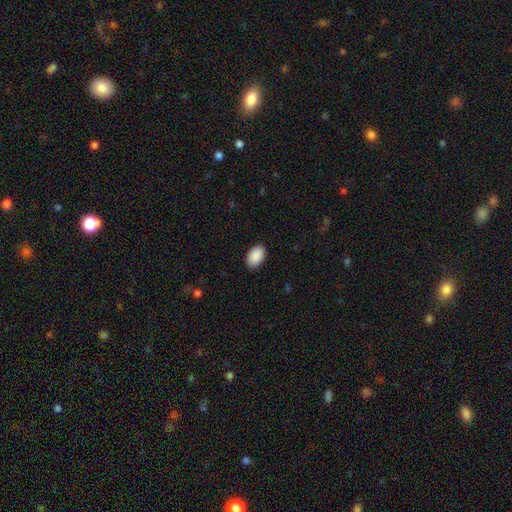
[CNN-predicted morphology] This is clearly a smooth galaxy (91%). How rounded: clearly in between (91%). Merging: clearly none (89%).